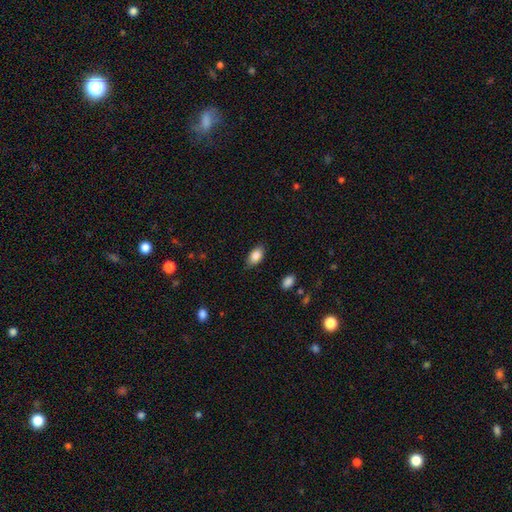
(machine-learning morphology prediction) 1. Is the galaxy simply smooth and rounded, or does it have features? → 85% smooth, 7% featured or disk, 7% star or artifact.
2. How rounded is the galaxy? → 92% in between, 5% round, 3% cigar-shaped.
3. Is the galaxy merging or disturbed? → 83% none, 13% minor disturbance, 3% major disturbance, 1% merger.